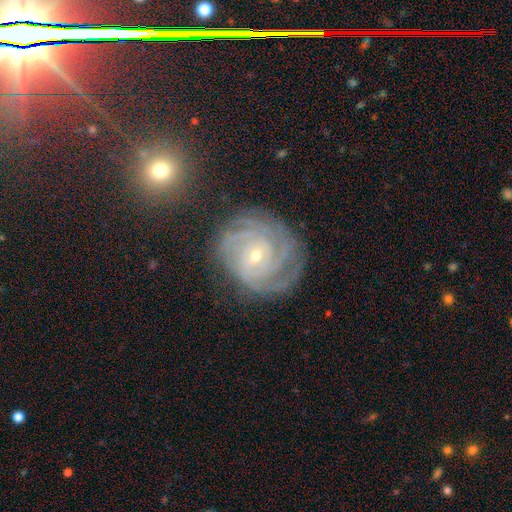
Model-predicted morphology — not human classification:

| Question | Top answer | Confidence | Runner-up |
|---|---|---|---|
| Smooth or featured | featured or disk | 86% | smooth (8%) |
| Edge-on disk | no | 97% | yes (3%) |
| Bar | no | 56% | weak (34%) |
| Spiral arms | yes | 97% | no (3%) |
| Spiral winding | tight | 77% | medium (19%) |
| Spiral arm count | can't tell | 27% | 4 (23%) |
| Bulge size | small | 70% | moderate (28%) |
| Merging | none | 75% | minor disturbance (16%) |